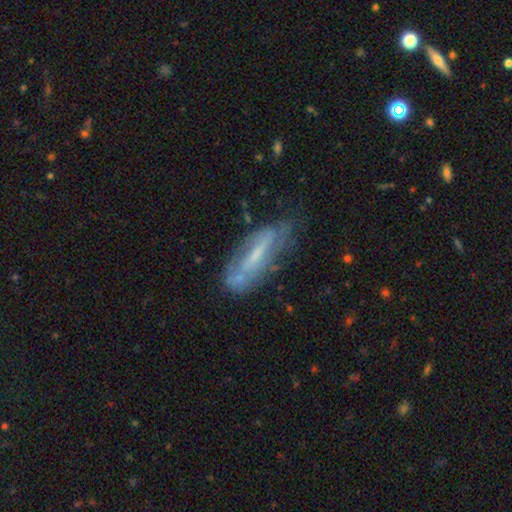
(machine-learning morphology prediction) The model was most divided on "smooth or featured": featured or disk: 60%, smooth: 32%, star or artifact: 8%. More confident: edge-on disk — no (66%); merging — none (56%).